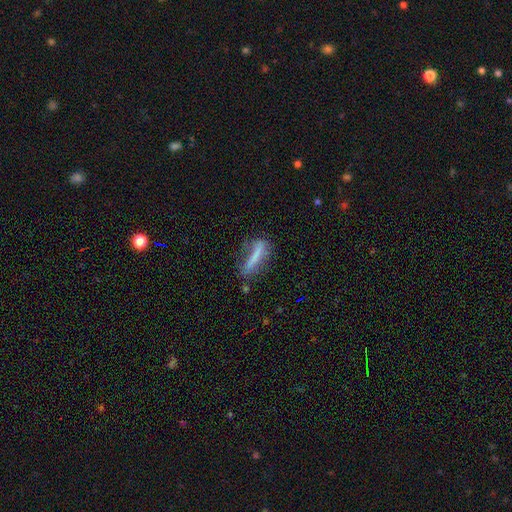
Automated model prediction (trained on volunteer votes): Smooth or featured? smooth (56%)
How rounded? cigar-shaped (78%)
Merging? none (52%)